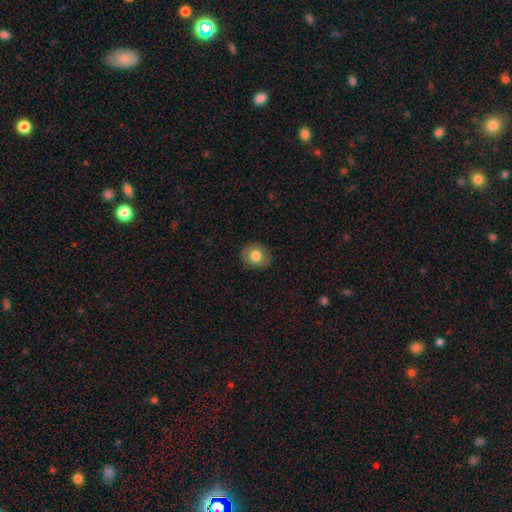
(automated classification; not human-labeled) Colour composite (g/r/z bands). It shows a smooth galaxy with no disk features (75%) that is round (68%). Merging: none (86%).